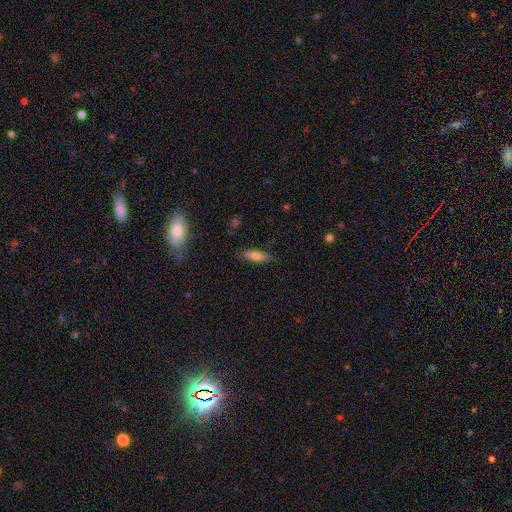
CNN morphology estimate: The model was most divided on "how rounded": in between: 58%, cigar-shaped: 39%, round: 3%. More confident: merging — none (77%); smooth or featured — smooth (69%).